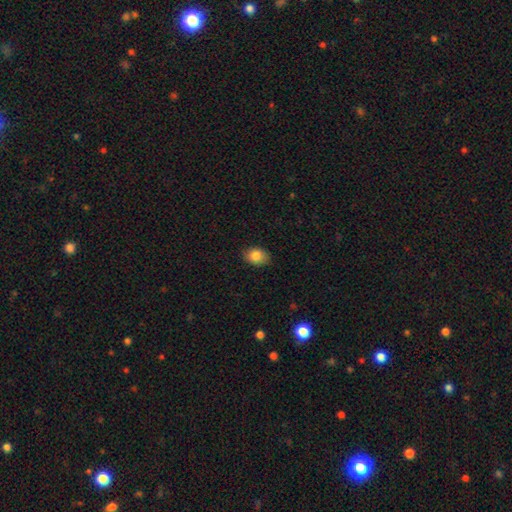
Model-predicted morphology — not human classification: Q: Smooth or featured?
A: smooth (84%); runner-up: star or artifact (8%)
Q: How rounded?
A: in between (72%); runner-up: round (27%)
Q: Merging?
A: none (85%); runner-up: minor disturbance (12%)